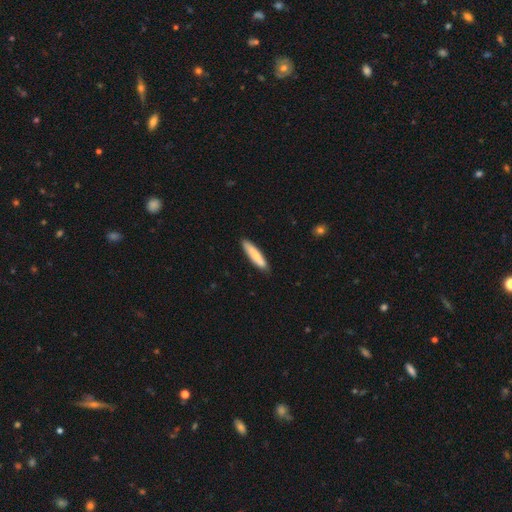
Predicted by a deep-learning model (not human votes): Morphology: type=smooth (78%); roundness=cigar-shaped (85%); merging=none (86%).